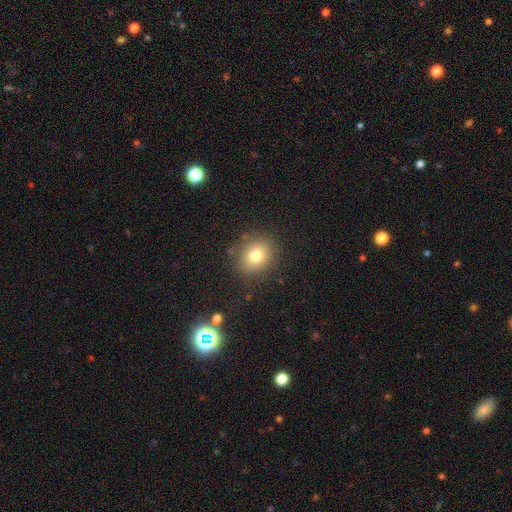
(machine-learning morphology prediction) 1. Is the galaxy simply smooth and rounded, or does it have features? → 77% smooth, 12% star or artifact, 11% featured or disk.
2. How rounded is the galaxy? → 74% round, 25% in between, 1% cigar-shaped.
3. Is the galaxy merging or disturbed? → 83% none, 11% minor disturbance, 4% major disturbance, 2% merger.